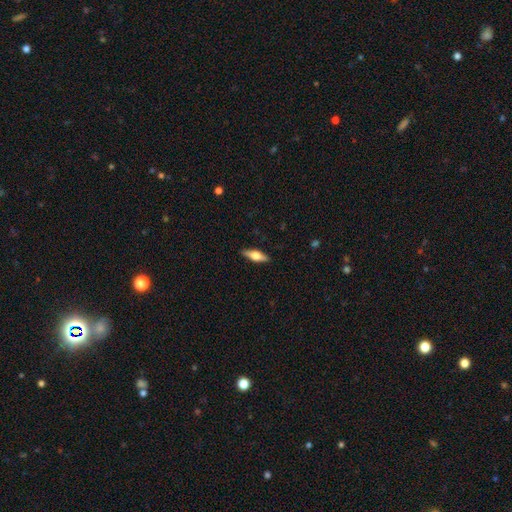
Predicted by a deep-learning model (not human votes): featured or disk 50%, smooth 44%, star or artifact 6%. Down the decision tree: edge-on disk — yes (94%); merging — none (89%).